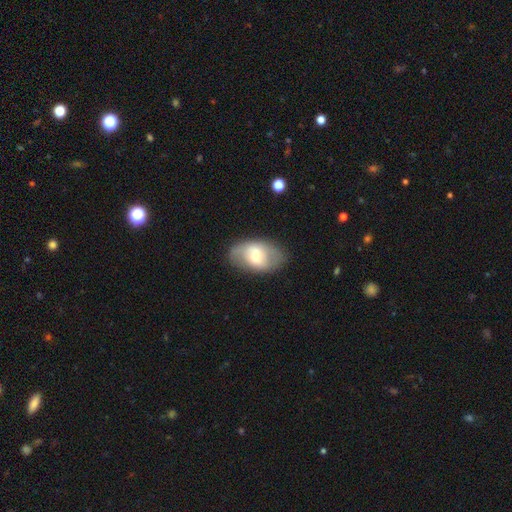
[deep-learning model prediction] smooth-or-featured: featured or disk: 47% | smooth: 46% | star or artifact: 7%
  merging: none: 80% | minor disturbance: 14% | major disturbance: 5% | merger: 1%